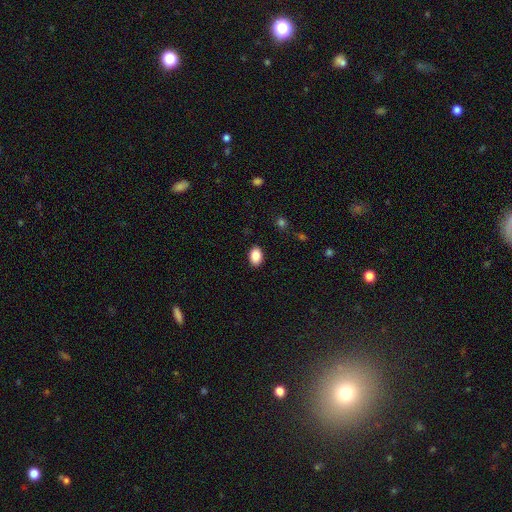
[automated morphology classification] Smooth or featured: smooth — 87% (star or artifact — 8%)
How rounded: in between — 84% (round — 15%)
Merging: none — 89% (minor disturbance — 8%)